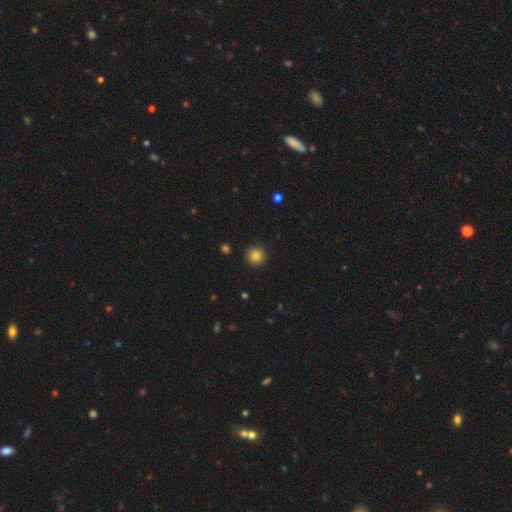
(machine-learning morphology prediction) This is clearly a smooth galaxy (83%). How rounded: clearly round (95%). Merging: clearly none (92%).